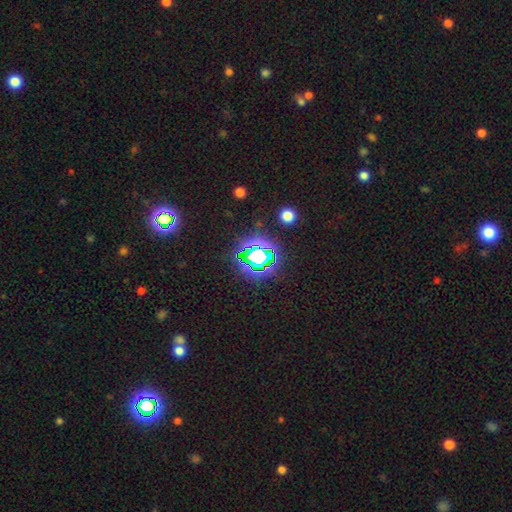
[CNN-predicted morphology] Smooth or featured? star or artifact (70%)